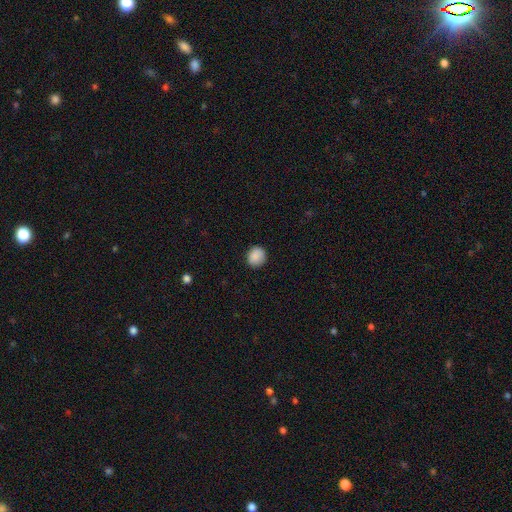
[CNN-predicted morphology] A smooth galaxy with no disk features (88%) that is round (76%). Merging: none (87%).